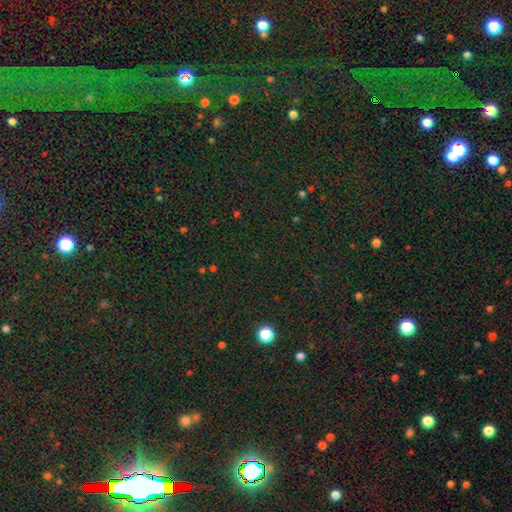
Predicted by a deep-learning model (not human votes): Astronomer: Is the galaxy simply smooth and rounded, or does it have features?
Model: star or artifact — 81%.